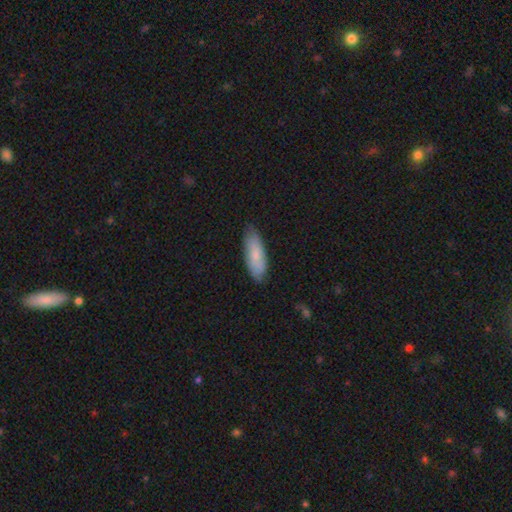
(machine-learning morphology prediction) This is likely a smooth galaxy (76%). How rounded: likely in between (68%). Merging: clearly none (80%).